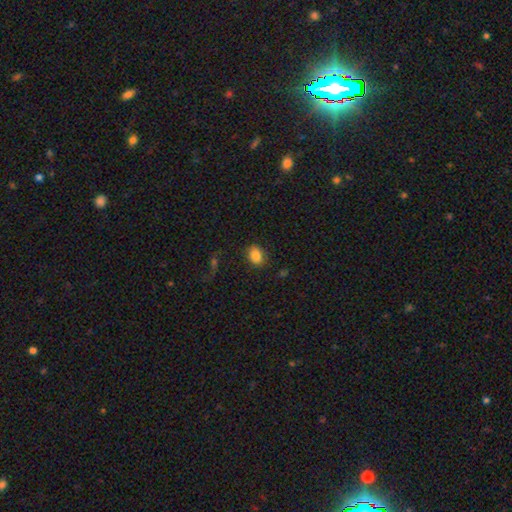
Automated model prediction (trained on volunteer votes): This appears to be a smooth galaxy with no disk features (85%) that is in between round and cigar-shaped (72%). Merging: none (85%).